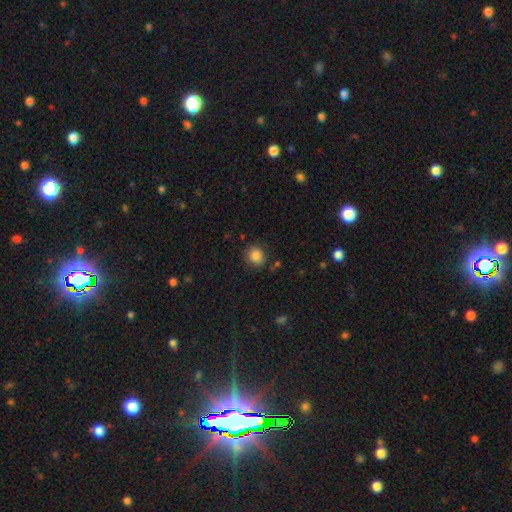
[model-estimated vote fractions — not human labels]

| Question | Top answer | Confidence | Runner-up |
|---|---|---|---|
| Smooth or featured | smooth | 85% | star or artifact (10%) |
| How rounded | round | 74% | in between (25%) |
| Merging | none | 83% | minor disturbance (11%) |